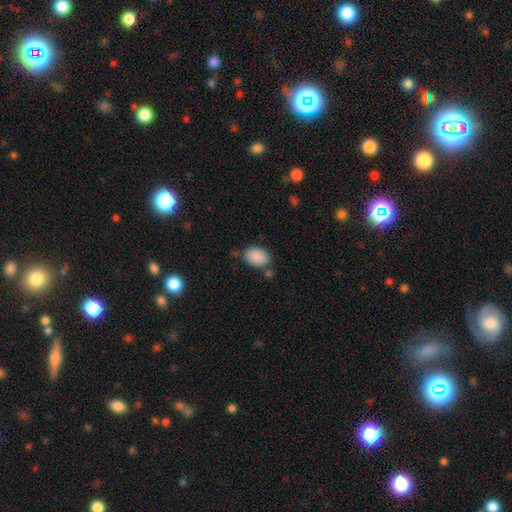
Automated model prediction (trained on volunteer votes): Q: Smooth or featured?
A: smooth (90%); runner-up: star or artifact (7%)
Q: How rounded?
A: in between (84%); runner-up: round (15%)
Q: Merging?
A: none (75%); runner-up: minor disturbance (15%)